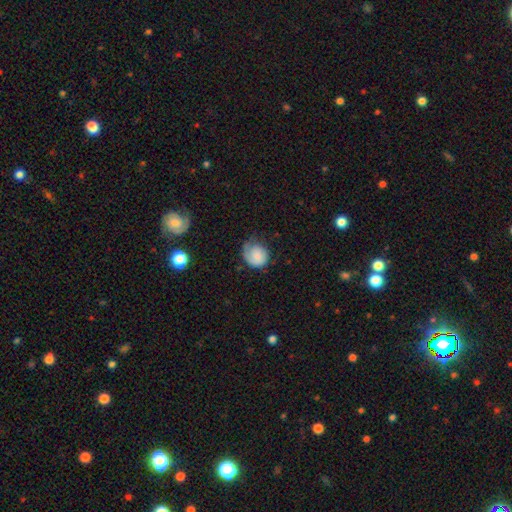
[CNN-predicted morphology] This is possibly a smooth galaxy (51%). How rounded: likely round (72%). Merging: possibly none (47%).